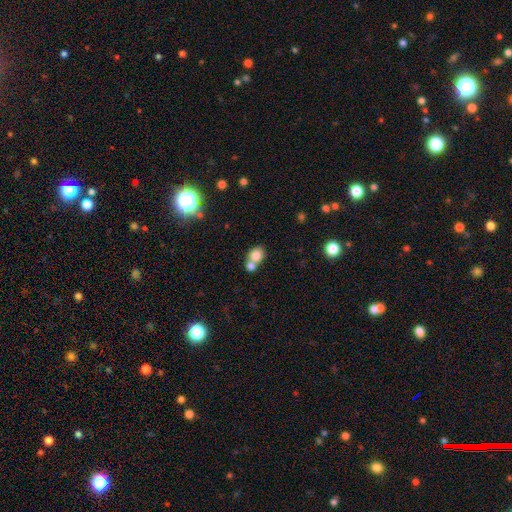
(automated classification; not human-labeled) Smooth or featured? smooth (79%)
How rounded? round (55%)
Merging? merger (52%)